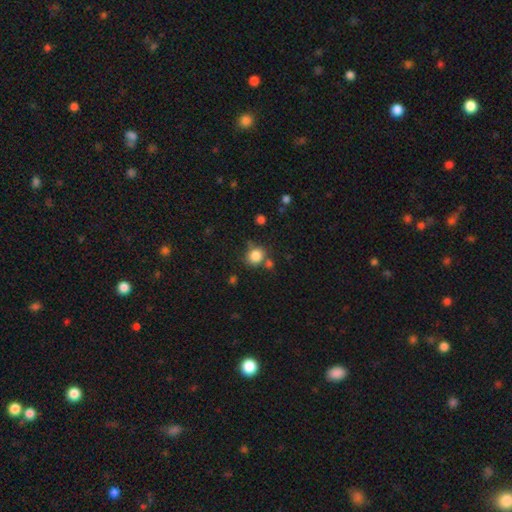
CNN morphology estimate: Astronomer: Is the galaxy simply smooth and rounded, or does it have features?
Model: smooth — 83%.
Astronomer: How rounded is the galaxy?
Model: round — 82%.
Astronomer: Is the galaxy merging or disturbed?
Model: none — 69%.